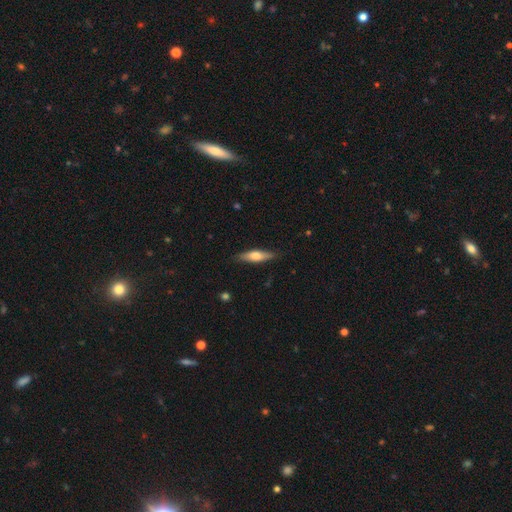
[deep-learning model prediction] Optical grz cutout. It shows a smooth galaxy with no disk features (59%) that is cigar-shaped (67%). Merging: none (85%).